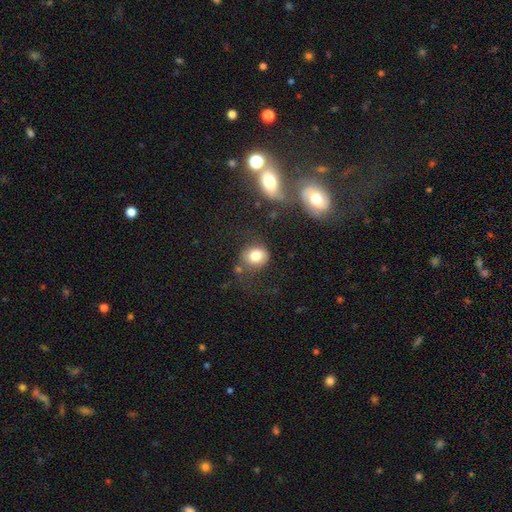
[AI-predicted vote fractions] A smooth galaxy with no disk features (80%) that is round (70%). Merging: none (64%).